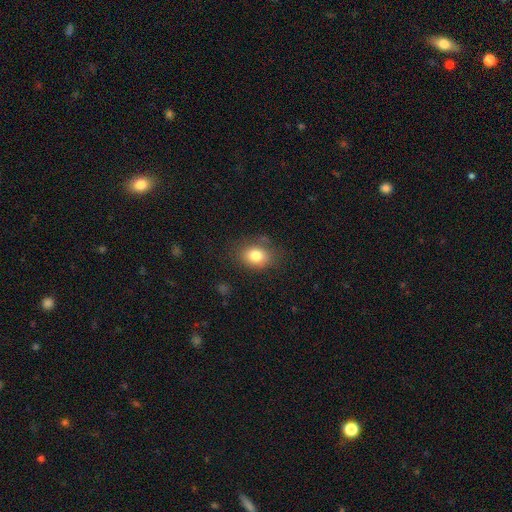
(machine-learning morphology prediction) smooth_or_featured: smooth (p=0.80) [alt: star or artifact p=0.10]
how_rounded: in between (p=0.65) [alt: round p=0.34]
merging: none (p=0.76) [alt: minor disturbance p=0.17]